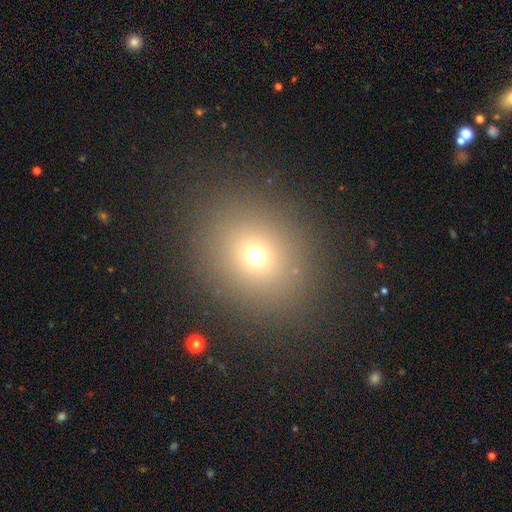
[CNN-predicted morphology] smooth 69%, star or artifact 20%, featured or disk 11%. Down the decision tree: how rounded — round (71%); merging — none (87%).